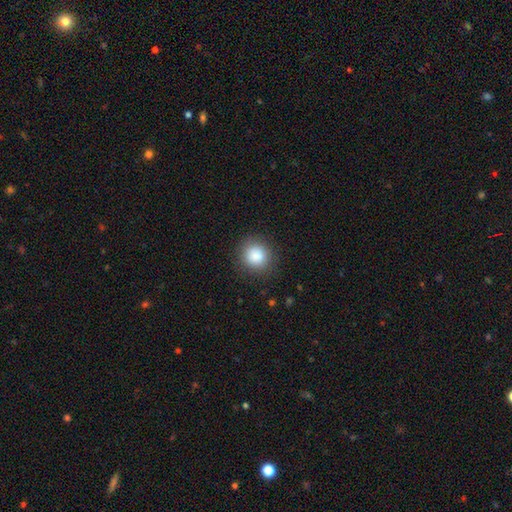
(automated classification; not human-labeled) smooth-or-featured: smooth: 86% | star or artifact: 10% | featured or disk: 5%
  how-rounded: round: 90% | in between: 9% | cigar-shaped: 1%
  merging: none: 88% | minor disturbance: 8% | major disturbance: 3% | merger: 1%